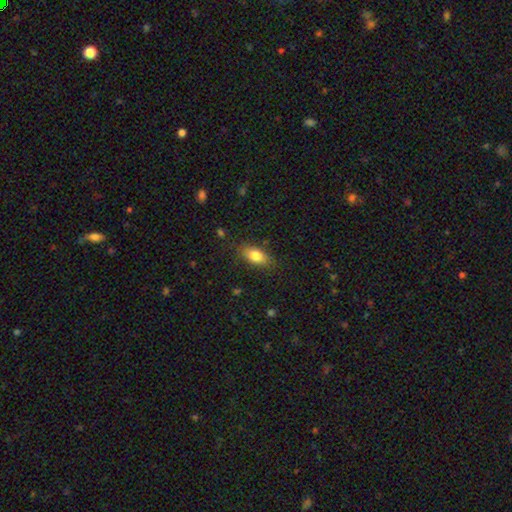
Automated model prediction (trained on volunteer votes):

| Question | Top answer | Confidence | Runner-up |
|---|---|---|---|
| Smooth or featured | smooth | 81% | featured or disk (11%) |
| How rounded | in between | 87% | cigar-shaped (8%) |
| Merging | none | 82% | minor disturbance (13%) |